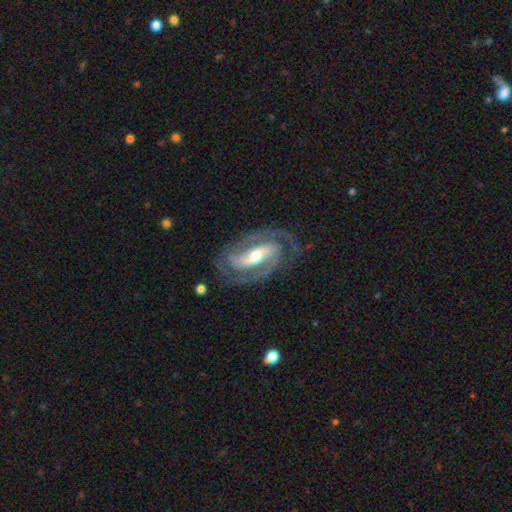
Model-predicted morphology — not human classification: The model was most divided on "spiral winding": medium: 47%, tight: 42%, loose: 11%. More confident: spiral arms — yes (97%); edge-on disk — no (96%); smooth or featured — featured or disk (91%); spiral arm count — 2 (86%); merging — none (77%); bulge size — moderate (61%); bar — strong (56%).